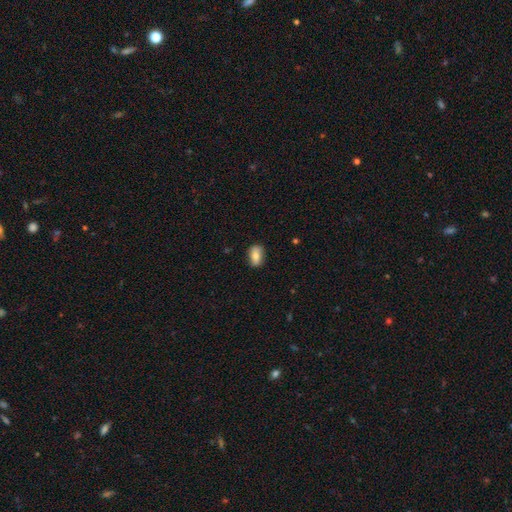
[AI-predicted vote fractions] A smooth galaxy with no disk features (76%) that is in between round and cigar-shaped (86%).

Vote fractions:
- Smooth or featured? smooth: 76% / featured or disk: 16% / star or artifact: 8%
- How rounded? in between: 86% / round: 11% / cigar-shaped: 3%
- Merging? none: 80% / minor disturbance: 16% / major disturbance: 3% / merger: 1%